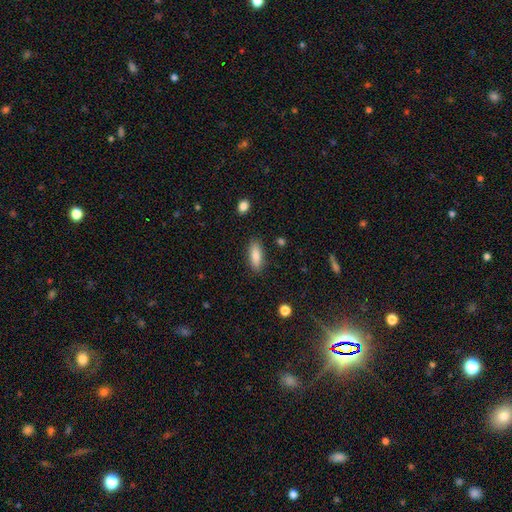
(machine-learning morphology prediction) The model was most divided on "how rounded": in between: 69%, cigar-shaped: 29%, round: 2%. More confident: merging — none (86%); smooth or featured — smooth (85%).